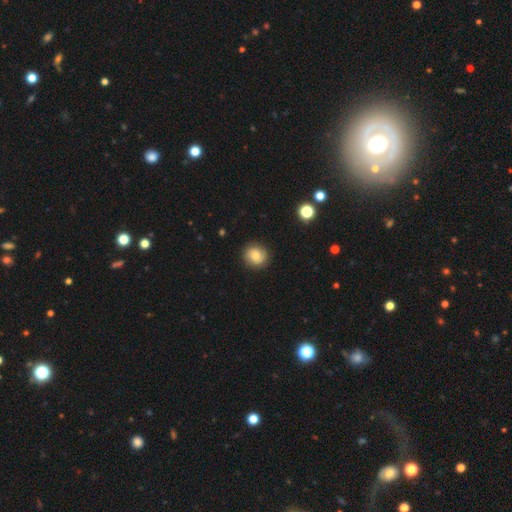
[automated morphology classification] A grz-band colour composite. It shows a smooth galaxy with no disk features (68%) that is round (88%). Merging: none (89%).